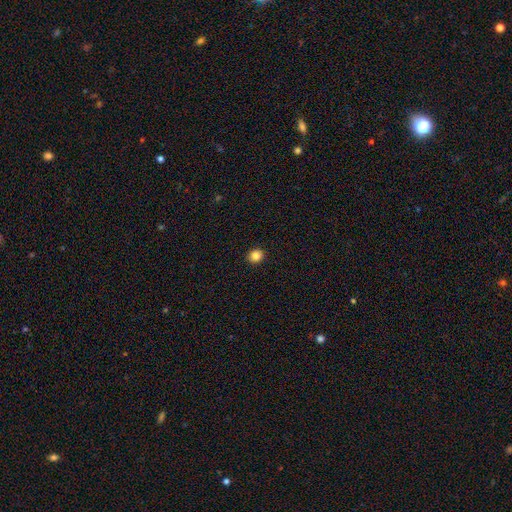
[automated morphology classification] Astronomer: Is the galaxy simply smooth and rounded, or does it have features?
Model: smooth — 85%.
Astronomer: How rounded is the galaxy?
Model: round — 78%.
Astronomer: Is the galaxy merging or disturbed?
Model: none — 92%.